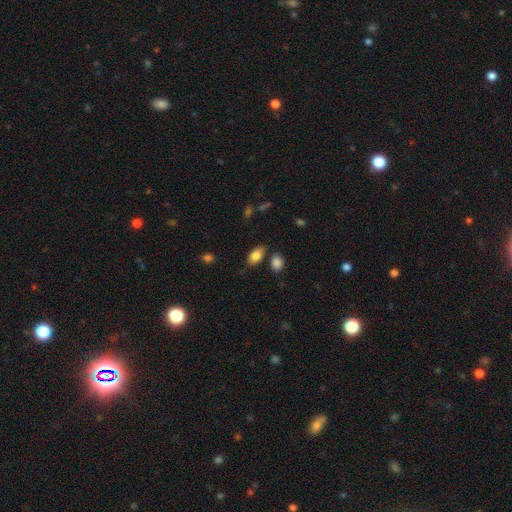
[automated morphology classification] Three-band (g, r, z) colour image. It shows a smooth galaxy with no disk features (83%) that is in between round and cigar-shaped (91%). Merging: none (75%).